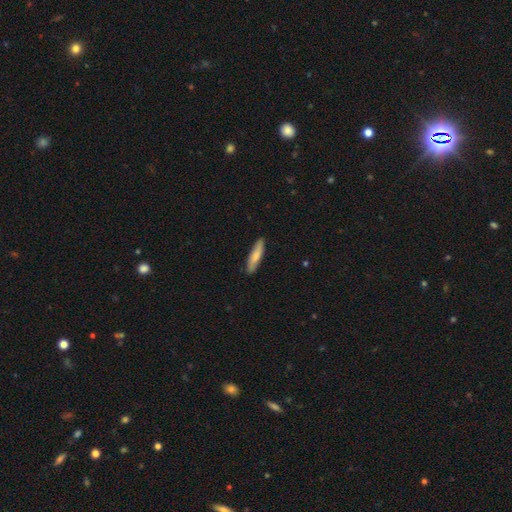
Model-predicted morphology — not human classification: Smooth or featured? Predicted: smooth (p=0.76). How rounded? Predicted: cigar-shaped (p=0.80). Merging? Predicted: none (p=0.87).